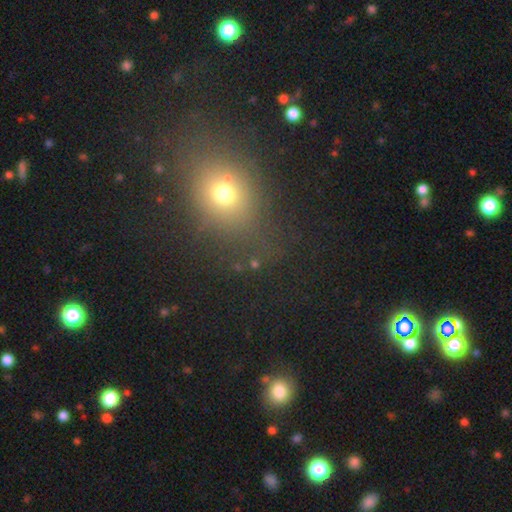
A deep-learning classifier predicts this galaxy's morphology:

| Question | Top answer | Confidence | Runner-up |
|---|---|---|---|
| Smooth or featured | smooth | 57% | star or artifact (32%) |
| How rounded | round | 59% | in between (39%) |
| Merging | none | 78% | minor disturbance (12%) |